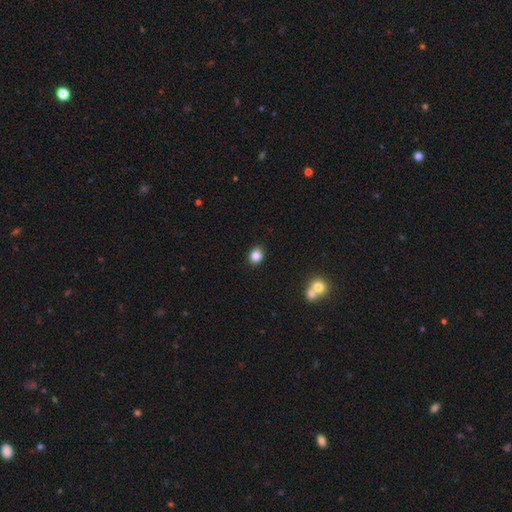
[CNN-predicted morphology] The model was most divided on "how rounded": round: 50%, in between: 49%, cigar-shaped: 1%. More confident: merging — none (86%); smooth or featured — smooth (85%).